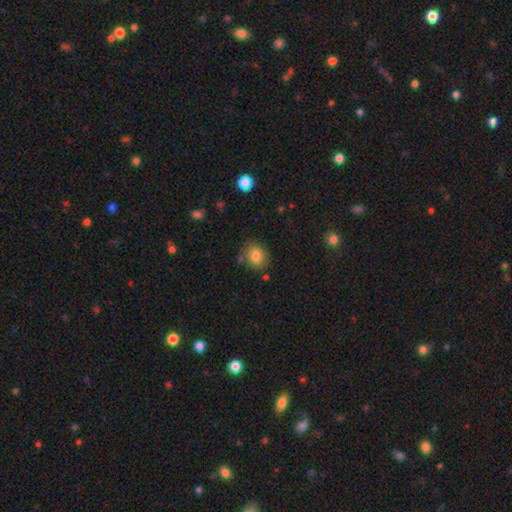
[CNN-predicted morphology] Smooth or featured? Predicted: smooth (p=0.80). How rounded? Predicted: round (p=0.69). Merging? Predicted: none (p=0.77).